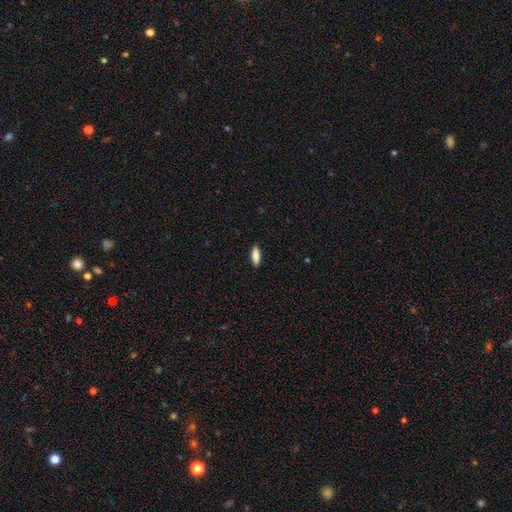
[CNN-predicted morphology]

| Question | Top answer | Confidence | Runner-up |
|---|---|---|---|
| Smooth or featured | smooth | 83% | featured or disk (11%) |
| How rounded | in between | 59% | cigar-shaped (39%) |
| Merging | none | 89% | minor disturbance (8%) |